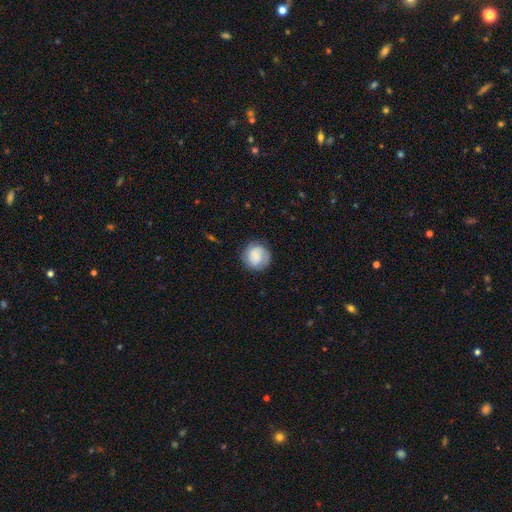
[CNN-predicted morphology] A smooth galaxy with no disk features (58%) that is round (89%). Merging: none (80%).